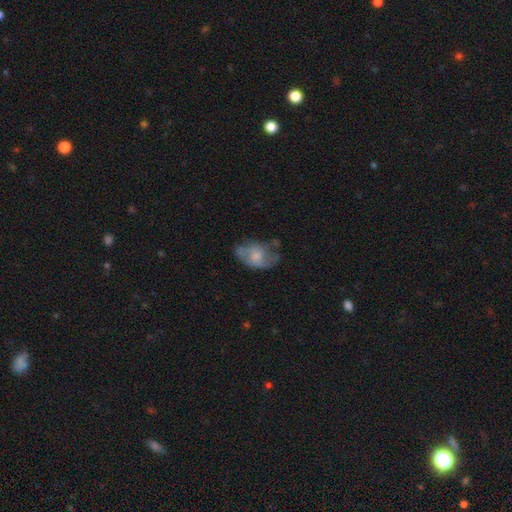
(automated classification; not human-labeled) The model was most divided on "smooth or featured": featured or disk: 49%, smooth: 43%, star or artifact: 8%. Remaining: merging — none (46%).